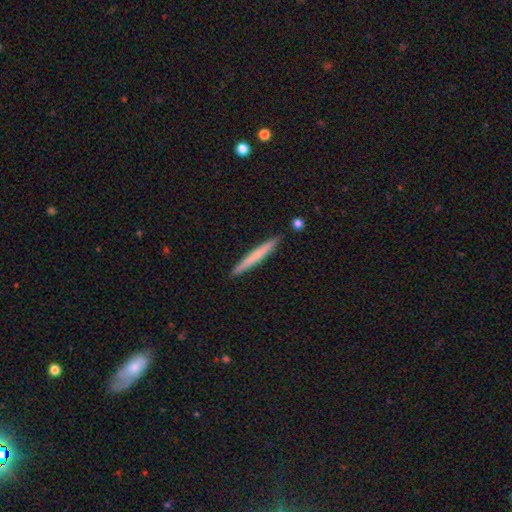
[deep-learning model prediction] Smooth or featured: smooth — 64% (featured or disk — 31%)
How rounded: cigar-shaped — 97% (in between — 2%)
Merging: none — 92% (minor disturbance — 5%)